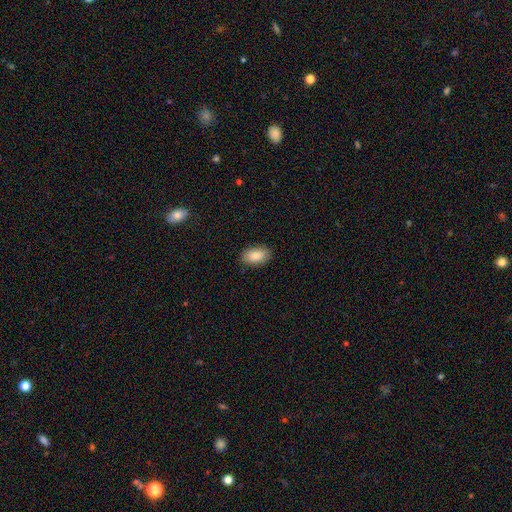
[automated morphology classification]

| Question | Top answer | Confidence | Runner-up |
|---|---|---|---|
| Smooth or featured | smooth | 88% | star or artifact (7%) |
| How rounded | in between | 94% | round (4%) |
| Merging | none | 87% | minor disturbance (9%) |